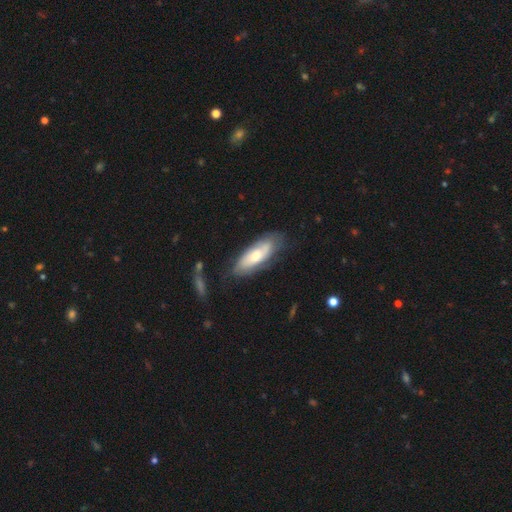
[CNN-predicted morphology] Smooth or featured?
  - featured or disk: 48% *
  - smooth: 47%
  - star or artifact: 6%
Merging?
  - none: 65% *
  - minor disturbance: 23%
  - major disturbance: 8%
  - merger: 4%